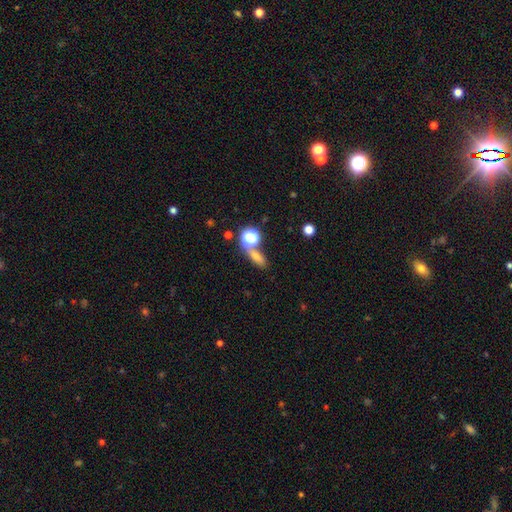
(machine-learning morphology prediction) The model was most divided on "how rounded": in between: 56%, round: 22%, cigar-shaped: 22%. More confident: smooth or featured — smooth (66%); merging — none (59%).